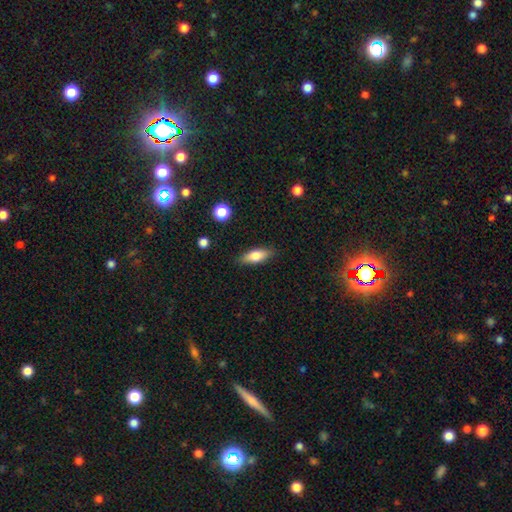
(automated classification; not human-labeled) Smooth or featured?
  - smooth: 74% *
  - featured or disk: 19%
  - star or artifact: 7%
How rounded?
  - in between: 69% *
  - cigar-shaped: 28%
  - round: 3%
Merging?
  - none: 86% *
  - minor disturbance: 10%
  - major disturbance: 2%
  - merger: 1%